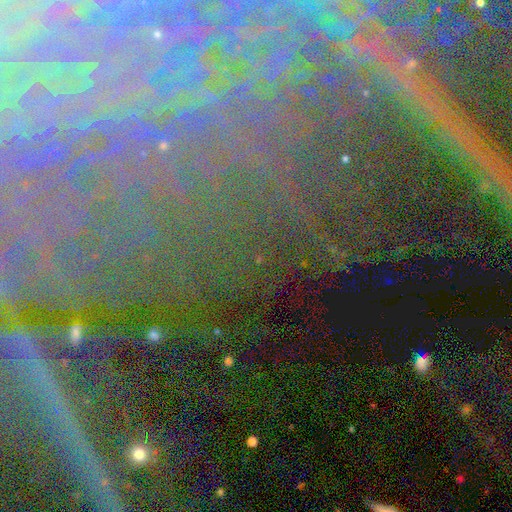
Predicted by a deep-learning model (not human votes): This is likely a star or artifact rather than a galaxy (70%).